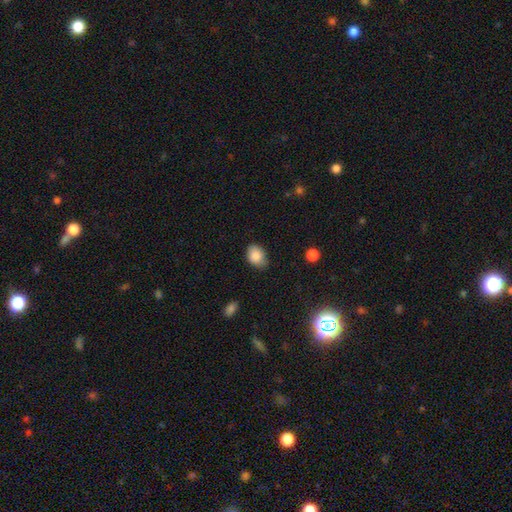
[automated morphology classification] smooth_or_featured: smooth (p=0.87) [alt: star or artifact p=0.08]
how_rounded: in between (p=0.69) [alt: round p=0.30]
merging: none (p=0.64) [alt: minor disturbance p=0.29]